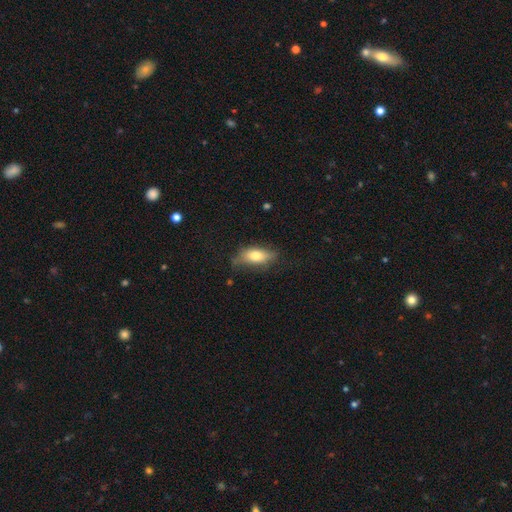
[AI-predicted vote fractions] smooth-or-featured: smooth: 72% | featured or disk: 21% | star or artifact: 7%
  how-rounded: in between: 79% | cigar-shaped: 17% | round: 4%
  merging: none: 64% | minor disturbance: 27% | major disturbance: 7% | merger: 2%